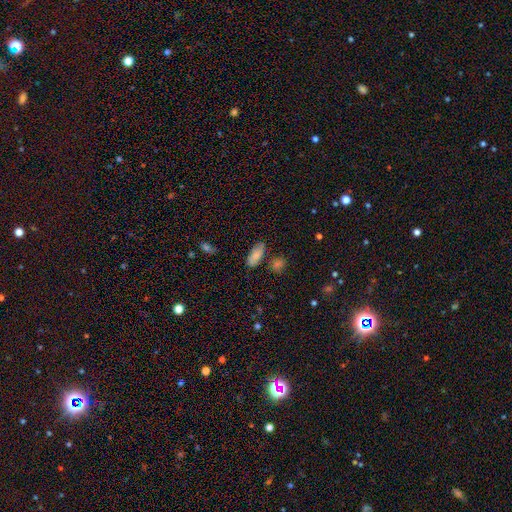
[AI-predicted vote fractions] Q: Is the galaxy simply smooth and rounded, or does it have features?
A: smooth — 83%.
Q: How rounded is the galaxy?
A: in between — 85%.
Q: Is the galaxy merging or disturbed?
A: none — 75%.